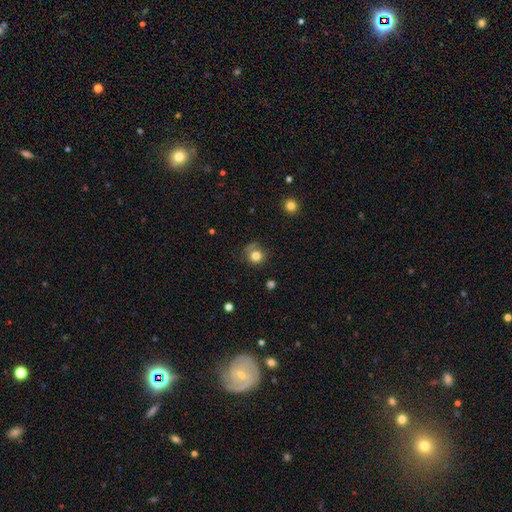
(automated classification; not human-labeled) Q: Smooth or featured?
A: smooth (79%); runner-up: star or artifact (12%)
Q: How rounded?
A: round (89%); runner-up: in between (10%)
Q: Merging?
A: none (69%); runner-up: minor disturbance (19%)